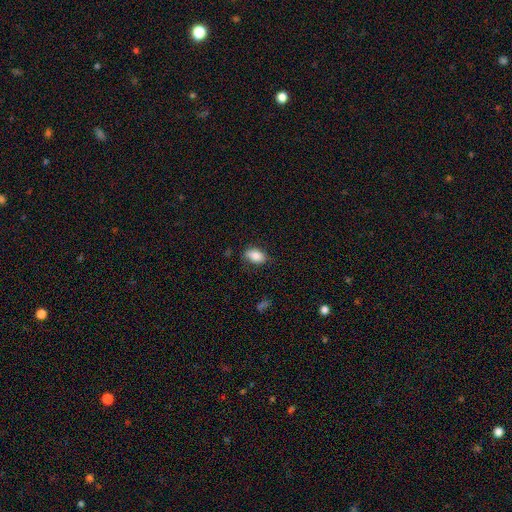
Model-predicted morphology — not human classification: This is clearly a smooth galaxy (85%). How rounded: clearly in between (90%). Merging: likely none (77%).